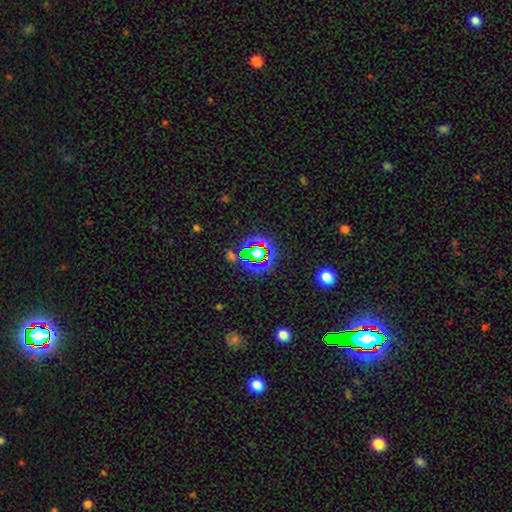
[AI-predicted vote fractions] Smooth or featured? Predicted: star or artifact (p=0.67).